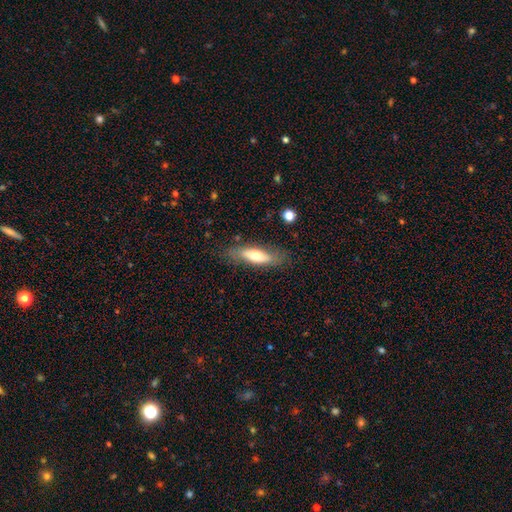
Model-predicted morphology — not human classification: Smooth or featured: smooth — 58% (featured or disk — 35%)
How rounded: in between — 49% (tied with cigar-shaped — 49%)
Merging: none — 78% (minor disturbance — 16%)